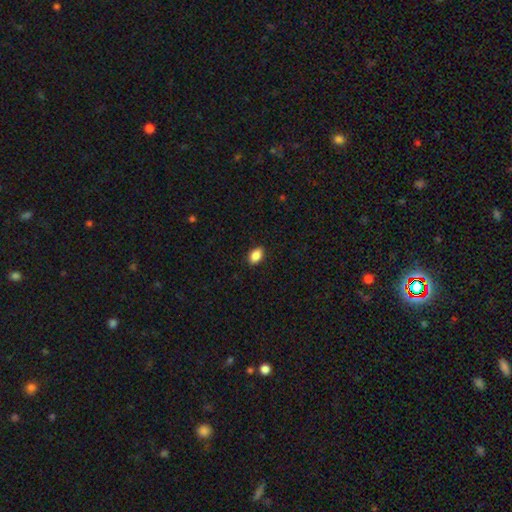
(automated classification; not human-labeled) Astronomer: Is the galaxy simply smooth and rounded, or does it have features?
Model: smooth — 87%.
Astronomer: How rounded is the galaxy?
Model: in between — 89%.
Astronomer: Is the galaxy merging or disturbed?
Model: none — 89%.